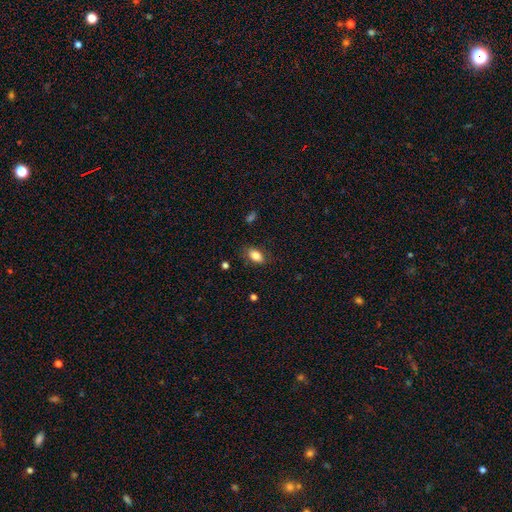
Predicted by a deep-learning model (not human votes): smooth-or-featured: smooth: 84% | star or artifact: 8% | featured or disk: 8%
  how-rounded: in between: 89% | round: 8% | cigar-shaped: 3%
  merging: none: 81% | minor disturbance: 14% | major disturbance: 4% | merger: 1%